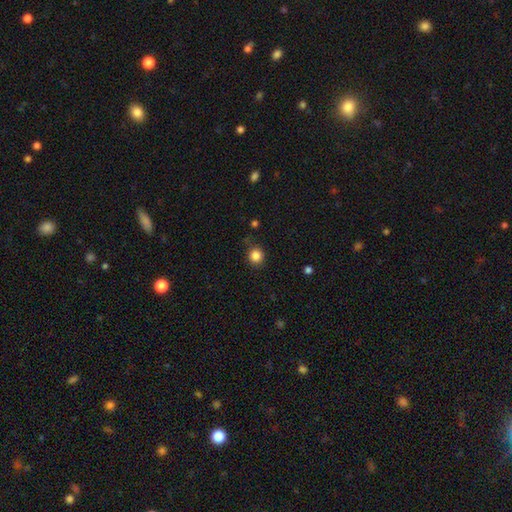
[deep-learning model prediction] A smooth galaxy with no disk features (85%) that is round (91%). Merging: none (86%).